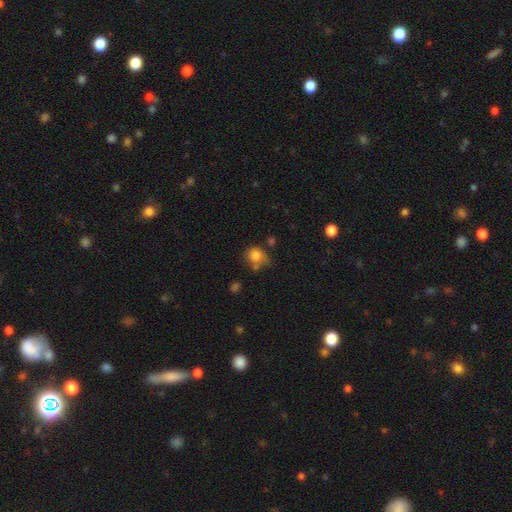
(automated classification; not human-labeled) Morphology: type=smooth (80%); roundness=round (60%); merging=none (47%).